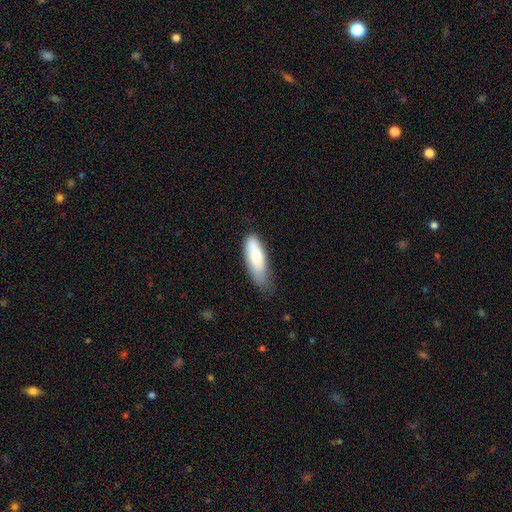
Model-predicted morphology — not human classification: smooth 79%, featured or disk 15%, star or artifact 6%. Down the decision tree: how rounded — in between (57%); merging — none (55%).